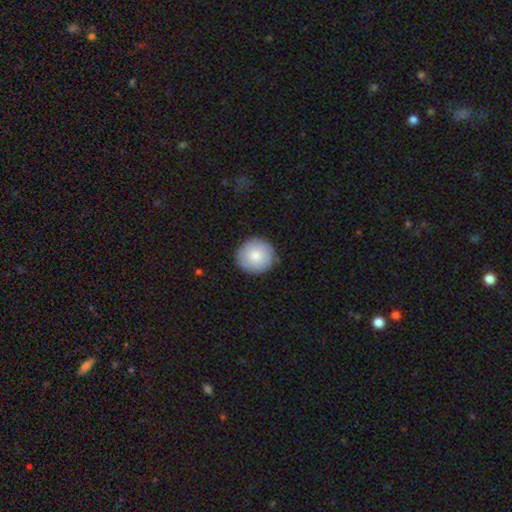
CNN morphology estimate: The model was most divided on "smooth or featured": smooth: 80%, featured or disk: 14%, star or artifact: 6%. More confident: how rounded — round (94%); merging — none (88%).